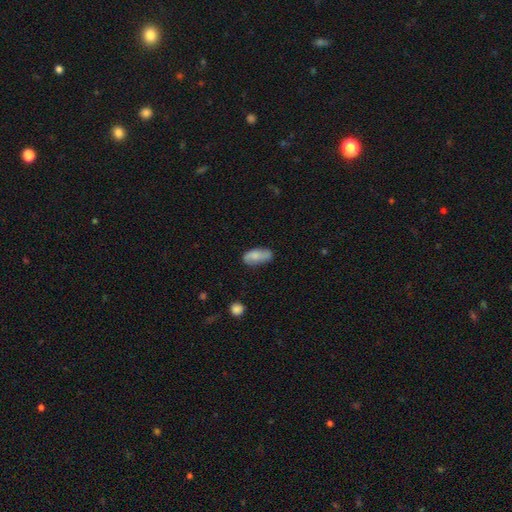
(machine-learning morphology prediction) A smooth galaxy with no disk features (69%) that is in between round and cigar-shaped (90%).

Vote fractions:
- Smooth or featured? smooth: 69% / featured or disk: 24% / star or artifact: 7%
- How rounded? in between: 90% / cigar-shaped: 7% / round: 3%
- Merging? none: 66% / minor disturbance: 25% / major disturbance: 6% / merger: 3%